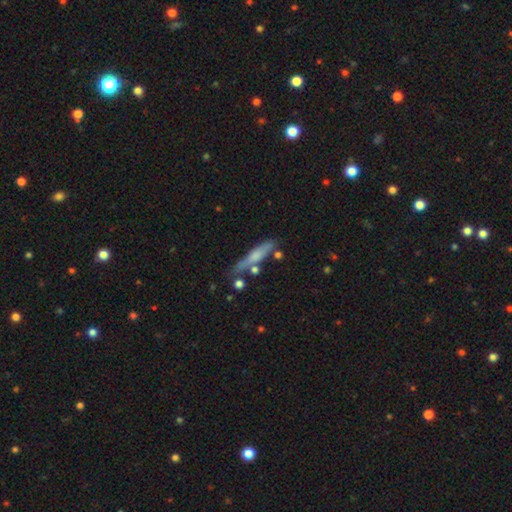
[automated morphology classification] Smooth or featured? smooth (54%)
How rounded? cigar-shaped (88%)
Merging? none (69%)